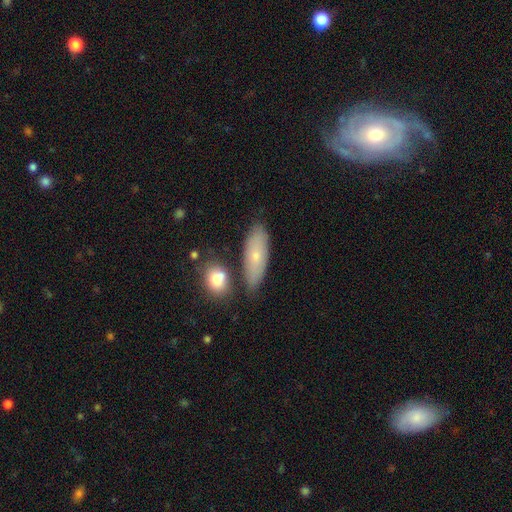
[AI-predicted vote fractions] Q: Smooth or featured?
A: smooth (65%); runner-up: featured or disk (28%)
Q: How rounded?
A: in between (70%); runner-up: cigar-shaped (26%)
Q: Merging?
A: none (72%); runner-up: minor disturbance (16%)